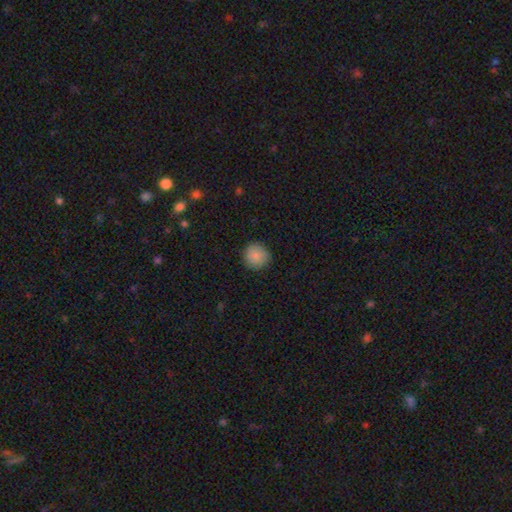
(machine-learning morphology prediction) Smooth or featured: smooth — 86% (star or artifact — 8%)
How rounded: round — 93% (in between — 6%)
Merging: none — 89% (minor disturbance — 8%)